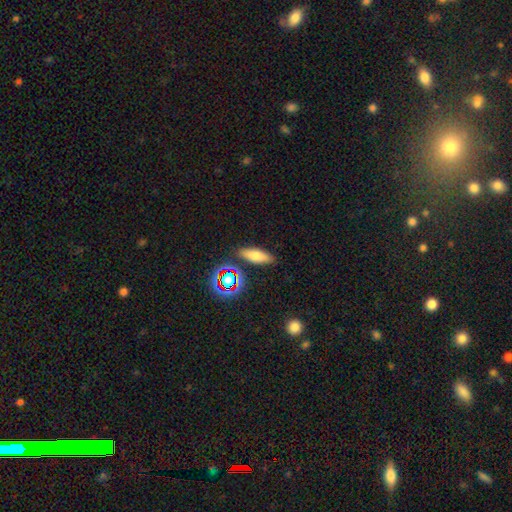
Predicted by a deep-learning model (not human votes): Overall: smooth (70%). How rounded: in between (55%; cigar-shaped 40%). Merging: none (83%).